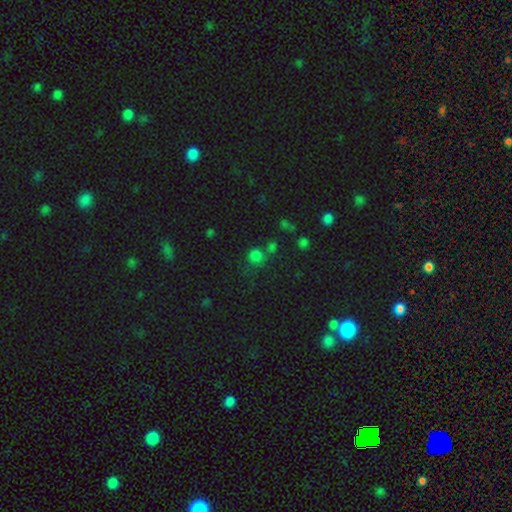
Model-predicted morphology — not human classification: This is likely a smooth galaxy (72%). How rounded: clearly round (87%). Merging: likely none (64%).